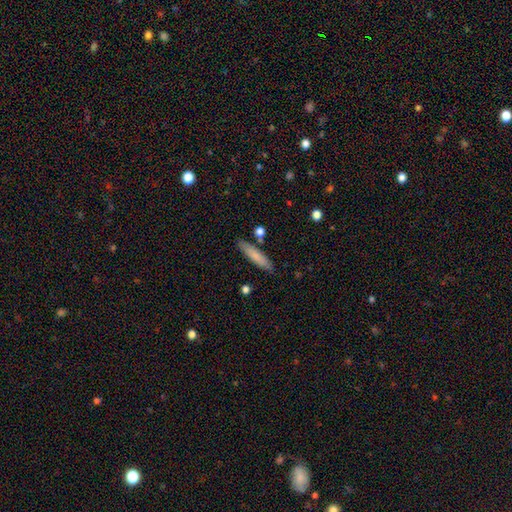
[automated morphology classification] Smooth or featured: smooth — 77% (featured or disk — 17%)
How rounded: cigar-shaped — 86% (in between — 13%)
Merging: none — 84% (minor disturbance — 10%)